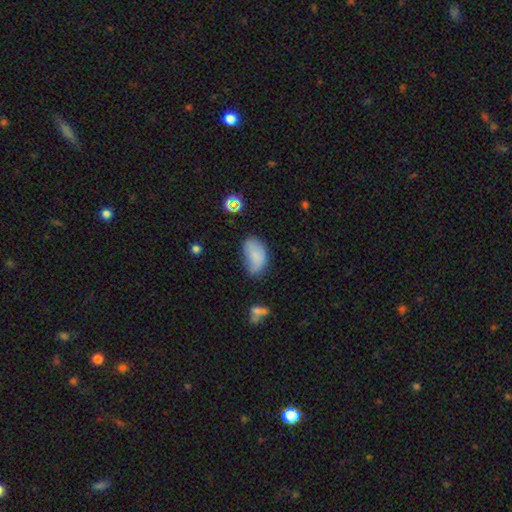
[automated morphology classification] Smooth or featured? smooth (79%)
How rounded? in between (92%)
Merging? none (46%)